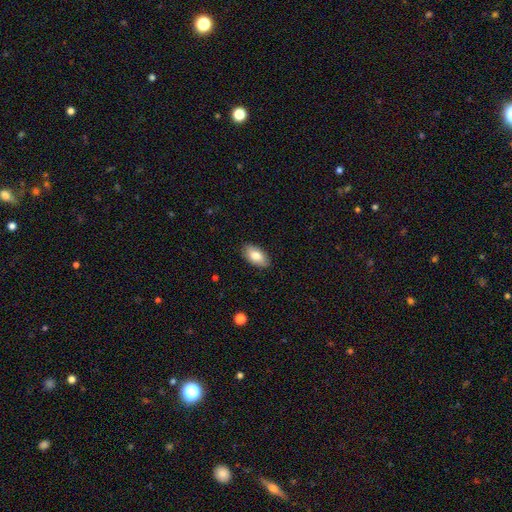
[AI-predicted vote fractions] The model was most divided on "smooth or featured": smooth: 79%, featured or disk: 14%, star or artifact: 6%. More confident: how rounded — in between (93%); merging — none (88%).